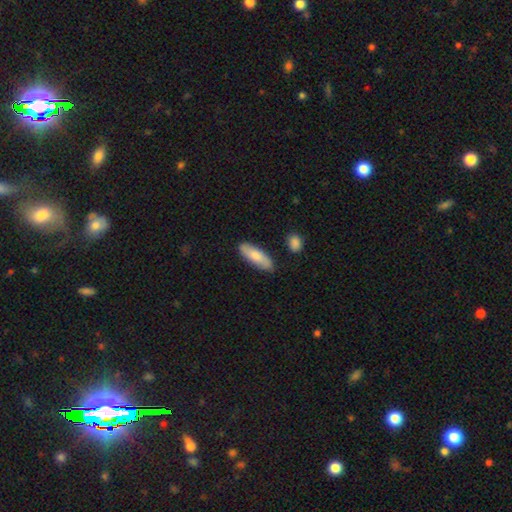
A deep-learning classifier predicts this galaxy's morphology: type=smooth (79%); roundness=in between (59%); merging=none (83%).